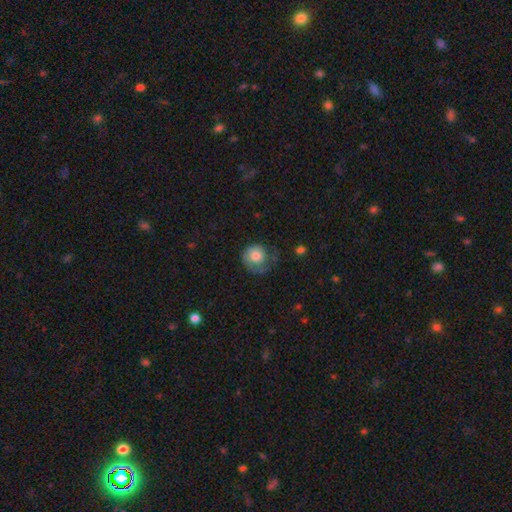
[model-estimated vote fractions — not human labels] A smooth galaxy with no disk features (62%) that is round (85%). Merging: none (44%).